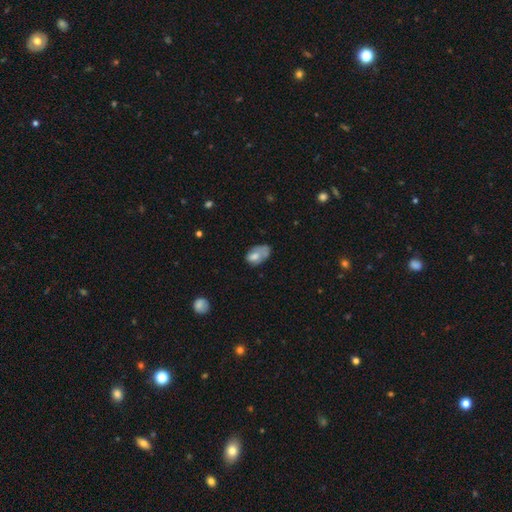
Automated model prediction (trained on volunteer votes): Smooth or featured? smooth (66%)
How rounded? in between (87%)
Merging? minor disturbance (35%)